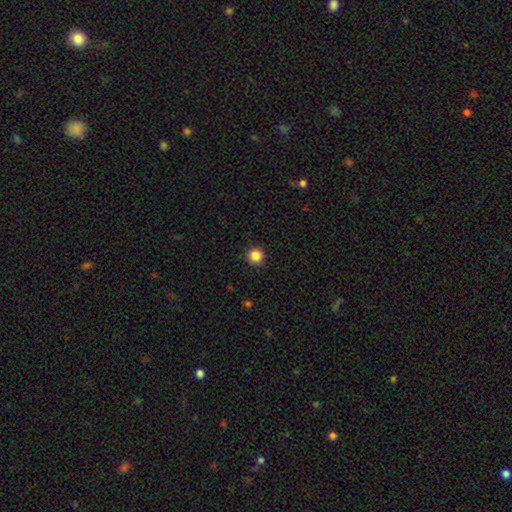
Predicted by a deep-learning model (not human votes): A smooth galaxy with no disk features (85%) that is round (96%).

Vote fractions:
- Smooth or featured? smooth: 85% / star or artifact: 11% / featured or disk: 3%
- How rounded? round: 96% / in between: 3% / cigar-shaped: 1%
- Merging? none: 92% / minor disturbance: 5% / major disturbance: 2% / merger: 1%